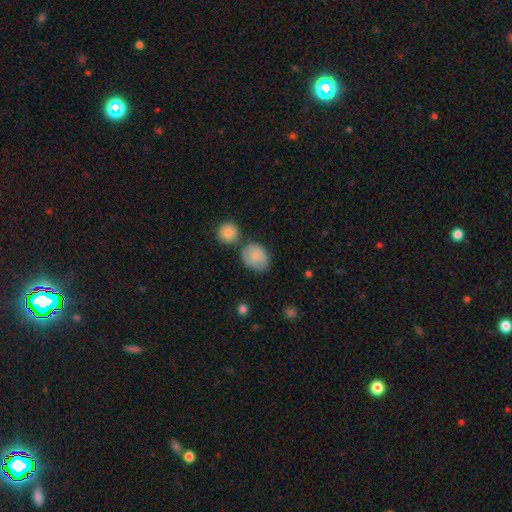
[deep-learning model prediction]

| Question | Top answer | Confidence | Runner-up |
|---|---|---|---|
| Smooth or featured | smooth | 76% | featured or disk (17%) |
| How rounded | round | 50% | in between (49%) |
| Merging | none | 58% | minor disturbance (23%) |